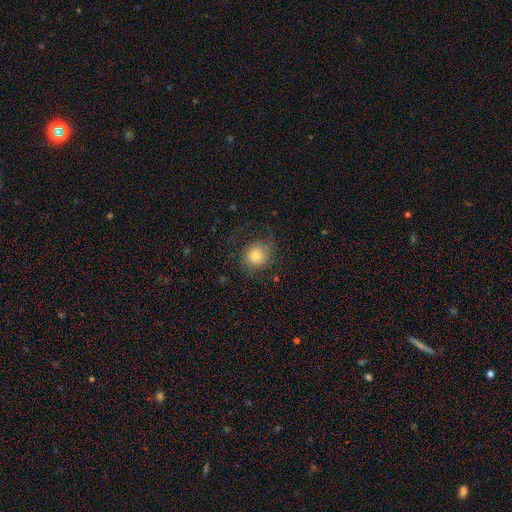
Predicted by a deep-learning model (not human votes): A smooth galaxy with no disk features (72%) that is round (86%).

Vote fractions:
- Smooth or featured? smooth: 72% / featured or disk: 17% / star or artifact: 11%
- How rounded? round: 86% / in between: 13% / cigar-shaped: 1%
- Merging? none: 65% / minor disturbance: 18% / major disturbance: 16% / merger: 1%